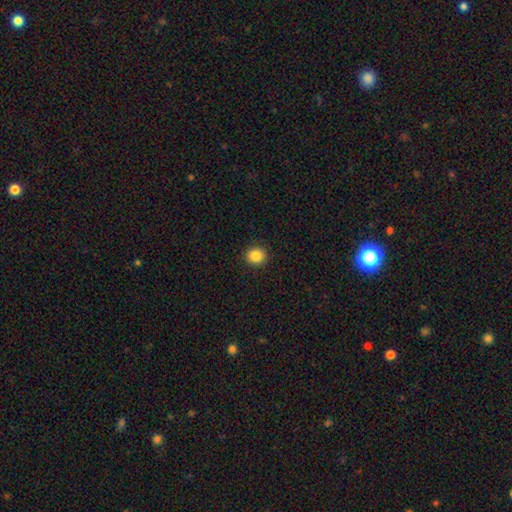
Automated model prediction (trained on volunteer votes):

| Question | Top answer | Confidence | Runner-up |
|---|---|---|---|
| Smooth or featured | smooth | 87% | star or artifact (10%) |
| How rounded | round | 90% | in between (9%) |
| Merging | none | 92% | minor disturbance (5%) |